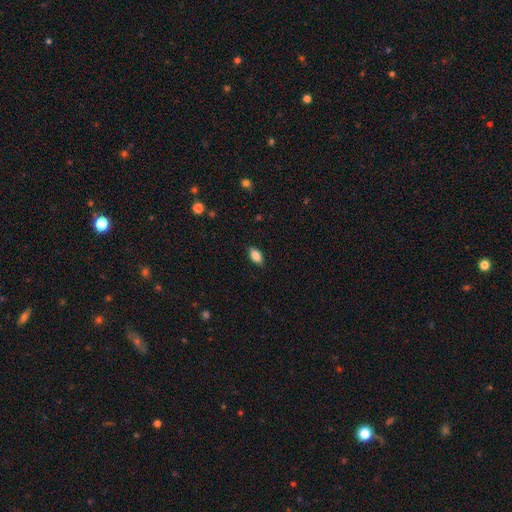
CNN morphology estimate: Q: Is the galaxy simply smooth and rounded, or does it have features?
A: smooth — 80%.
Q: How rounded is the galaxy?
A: in between — 88%.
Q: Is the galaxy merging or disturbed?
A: none — 86%.